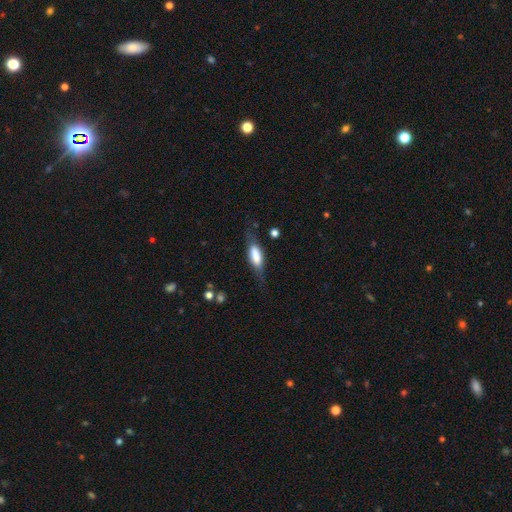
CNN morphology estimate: Smooth or featured: smooth — 58% (featured or disk — 35%)
How rounded: in between — 54% (cigar-shaped — 43%)
Merging: none — 64% (minor disturbance — 22%)